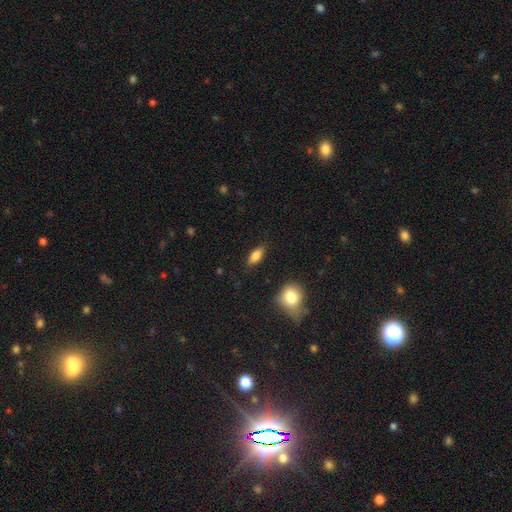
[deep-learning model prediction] Smooth or featured? smooth (79%)
How rounded? in between (78%)
Merging? none (83%)